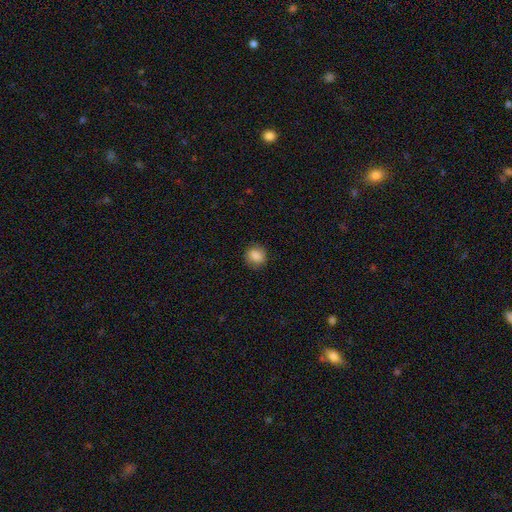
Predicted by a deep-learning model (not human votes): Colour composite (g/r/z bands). It shows a smooth galaxy with no disk features (85%) that is round (86%). Merging: none (88%).